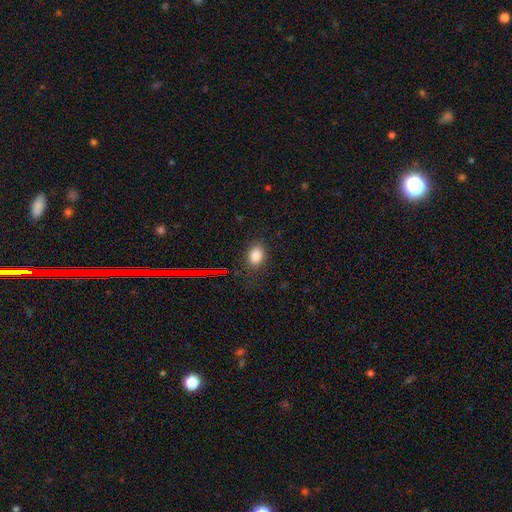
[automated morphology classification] type=smooth (81%); roundness=in between (71%); merging=none (83%).